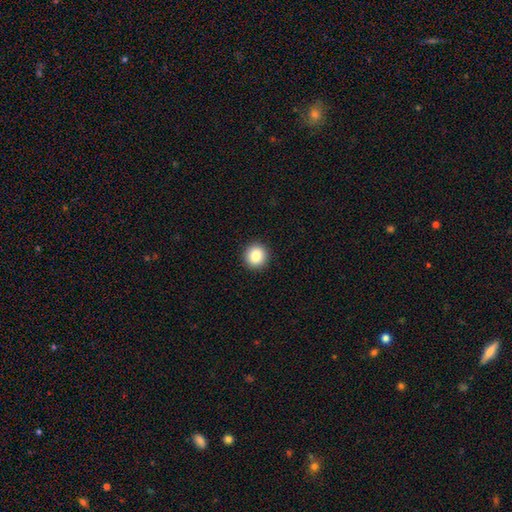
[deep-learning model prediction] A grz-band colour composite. It shows a smooth galaxy with no disk features (86%) that is round (93%). Merging: none (93%).